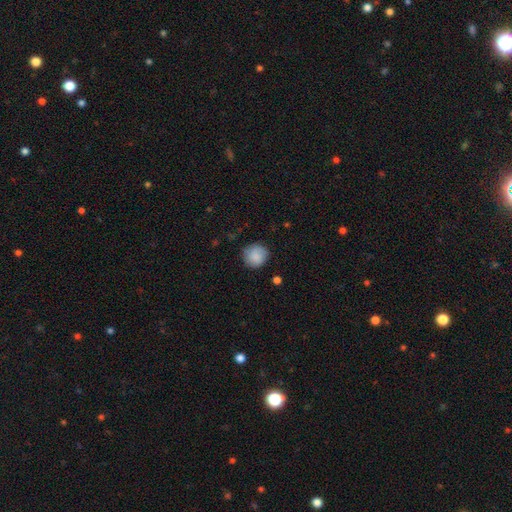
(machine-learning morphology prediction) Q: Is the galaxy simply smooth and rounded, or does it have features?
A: smooth — 88%.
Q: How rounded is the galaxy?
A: round — 91%.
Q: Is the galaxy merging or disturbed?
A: none — 83%.